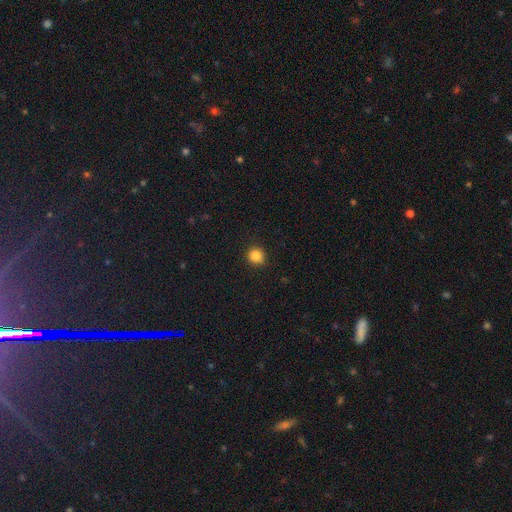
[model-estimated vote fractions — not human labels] This is clearly a smooth galaxy (86%). How rounded: clearly round (92%). Merging: clearly none (89%).